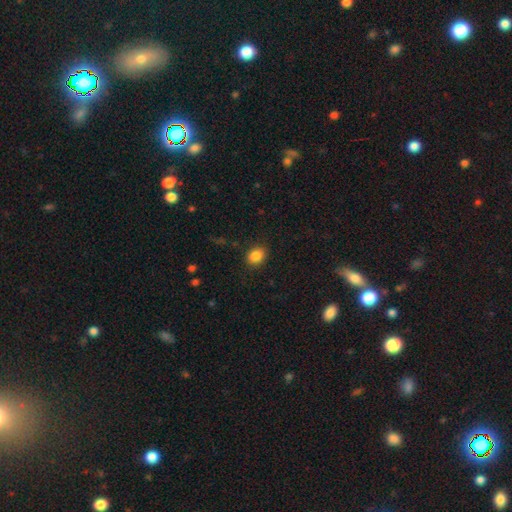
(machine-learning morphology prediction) smooth 86%, star or artifact 9%, featured or disk 5%. Down the decision tree: how rounded — in between (58%); merging — none (88%).